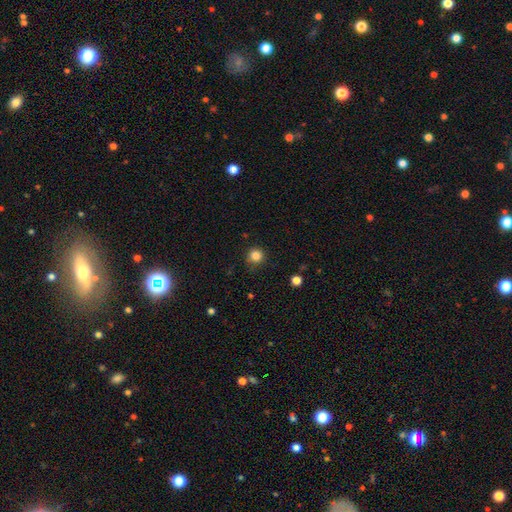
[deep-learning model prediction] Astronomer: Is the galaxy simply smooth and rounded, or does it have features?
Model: smooth — 84%.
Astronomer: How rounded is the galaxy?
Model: round — 94%.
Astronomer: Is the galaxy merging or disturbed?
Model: none — 85%.